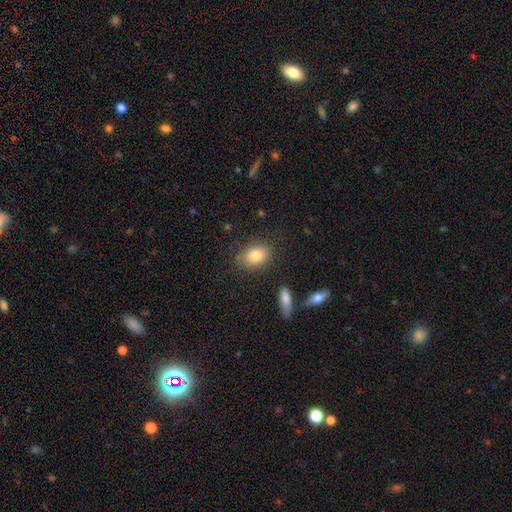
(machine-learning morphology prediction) Smooth or featured? smooth (82%)
How rounded? in between (67%)
Merging? none (81%)